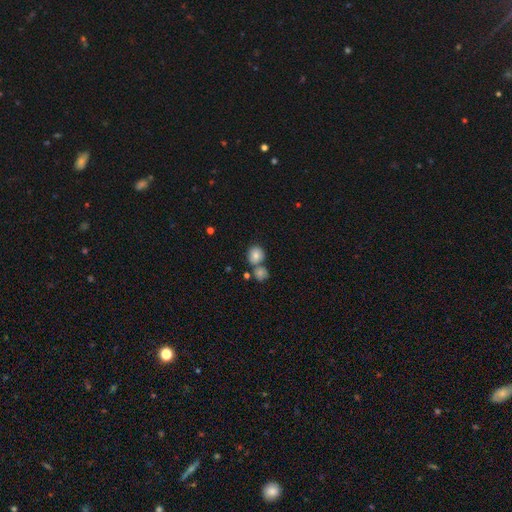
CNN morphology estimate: The model was most divided on "merging": none: 58%, merger: 29%, minor disturbance: 10%, major disturbance: 3%. More confident: how rounded — round (84%); smooth or featured — smooth (79%).